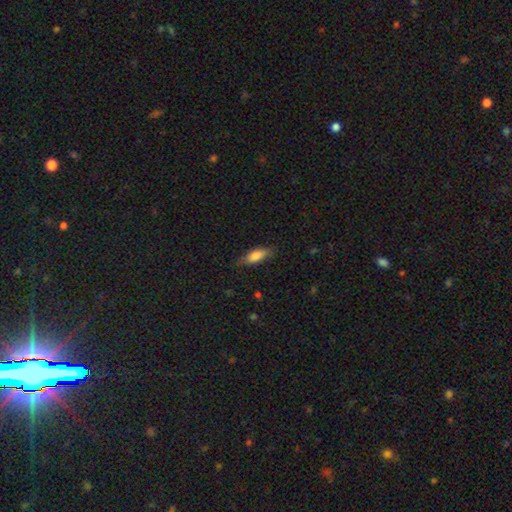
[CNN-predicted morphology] Smooth or featured: smooth — 79% (featured or disk — 14%)
How rounded: in between — 63% (cigar-shaped — 35%)
Merging: none — 79% (minor disturbance — 16%)